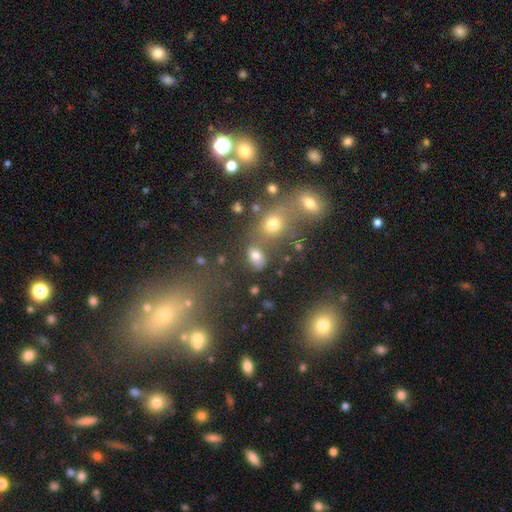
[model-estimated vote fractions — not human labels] Smooth or featured: smooth — 72% (star or artifact — 17%)
How rounded: in between — 72% (round — 26%)
Merging: none — 60% (merger — 20%)